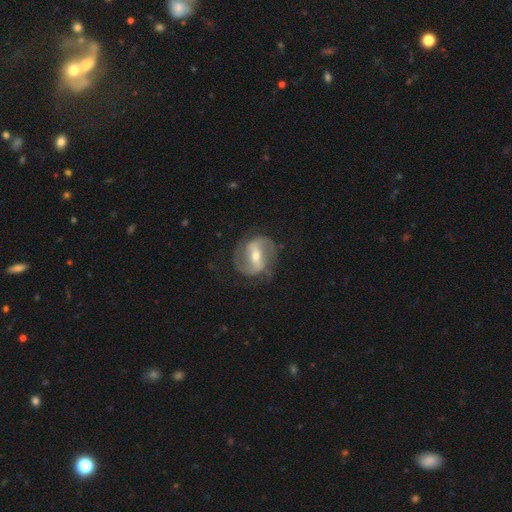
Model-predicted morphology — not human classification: smooth-or-featured: featured or disk: 85% | smooth: 10% | star or artifact: 5%
  disk-edge-on: no: 96% | yes: 4%
    bar: strong: 56% | weak: 34% | no: 10%
    has-spiral-arms: yes: 91% | no: 9%
      spiral-winding: medium: 50% | tight: 30% | loose: 20%
      spiral-arm-count: 2: 86% | can't tell: 7% | 3: 3% | 1: 2% | 4: 1% | more than 4: 1%
    bulge-size: moderate: 62% | small: 30% | large: 6% | none: 1% | dominant: 1%
  merging: none: 73% | minor disturbance: 16% | major disturbance: 9% | merger: 1%